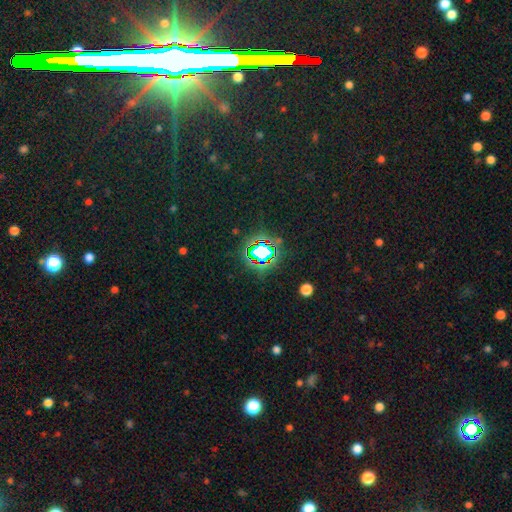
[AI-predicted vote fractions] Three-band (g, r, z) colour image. It shows a star or artifact, not a galaxy (72%).